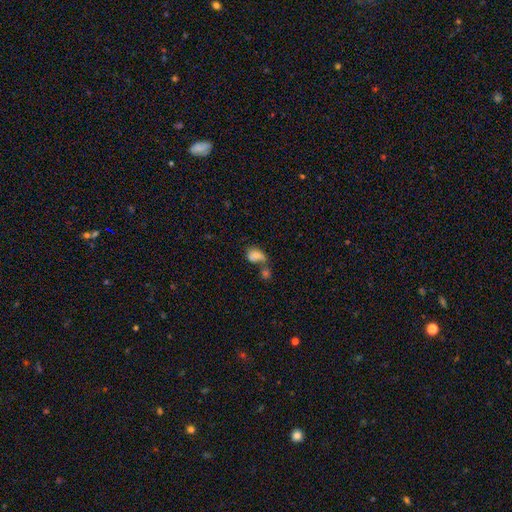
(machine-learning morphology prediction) Smooth or featured: smooth — 77% (featured or disk — 13%)
How rounded: in between — 78% (round — 20%)
Merging: merger — 48% (none — 26%)